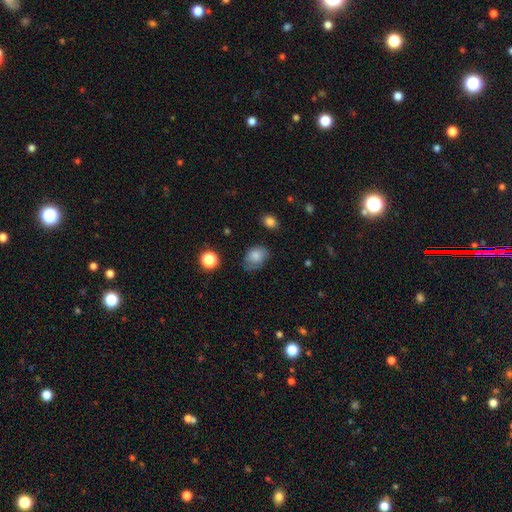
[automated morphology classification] Smooth or featured: smooth — 82% (star or artifact — 10%)
How rounded: in between — 70% (round — 29%)
Merging: none — 60% (minor disturbance — 29%)